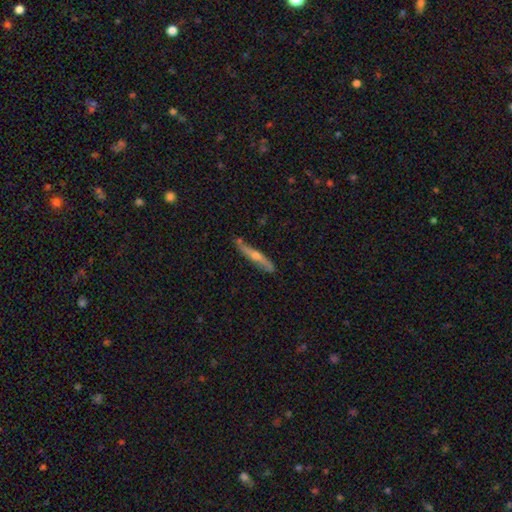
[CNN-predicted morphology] Overall: featured or disk (61%; smooth 33%). Edge-on disk: yes (83%). Edge-on bulge: rounded (81%). Merging: none (77%).